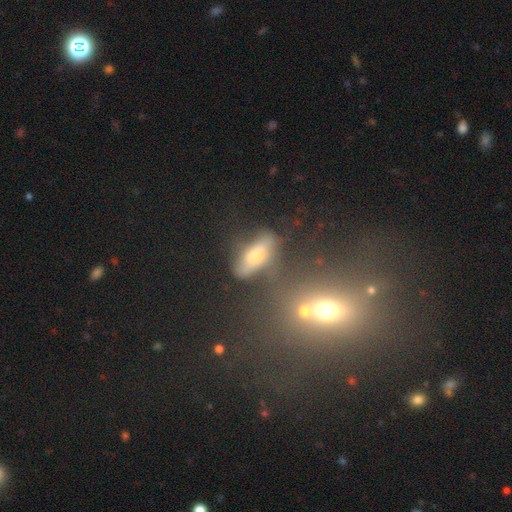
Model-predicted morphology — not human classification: Smooth or featured? smooth (53%)
How rounded? in between (57%)
Merging? none (55%)